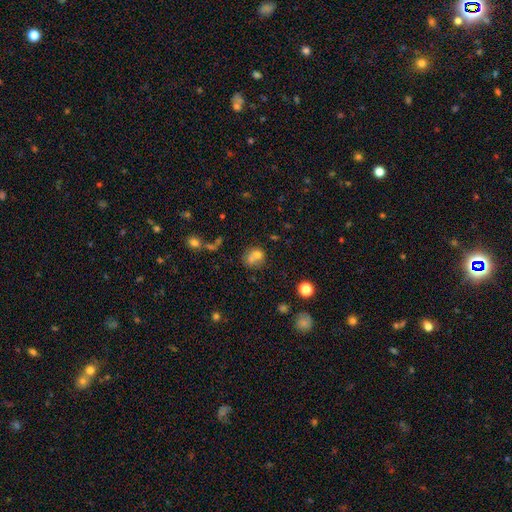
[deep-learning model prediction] This is likely a smooth galaxy (68%). How rounded: likely round (69%). Merging: possibly merger (53%).